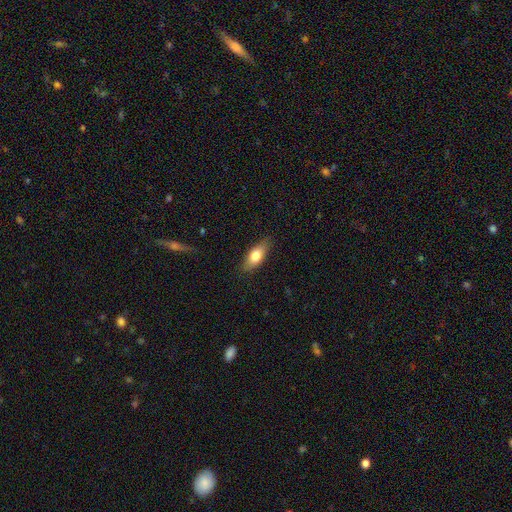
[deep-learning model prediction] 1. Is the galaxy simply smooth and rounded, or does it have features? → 75% smooth, 19% featured or disk, 6% star or artifact.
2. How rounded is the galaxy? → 78% in between, 19% cigar-shaped, 4% round.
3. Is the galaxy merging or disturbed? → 84% none, 12% minor disturbance, 3% major disturbance, 1% merger.